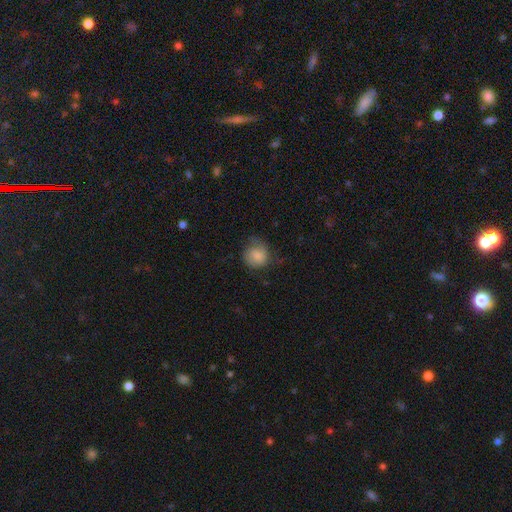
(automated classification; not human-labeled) This appears to be a smooth galaxy with no disk features (79%) that is round (81%). Merging: none (54%).